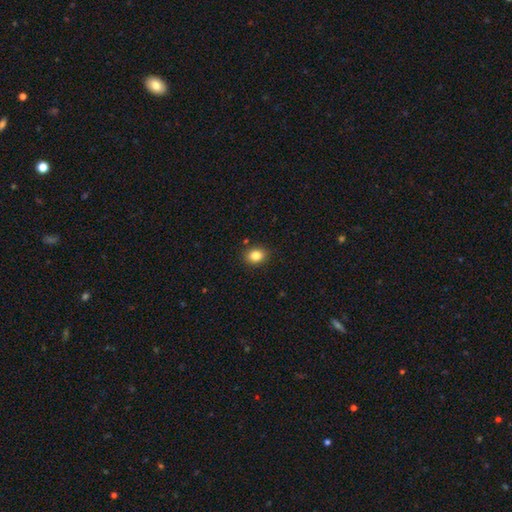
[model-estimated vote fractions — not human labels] This is clearly a smooth galaxy (83%). How rounded: possibly round (55%). Merging: clearly none (87%).